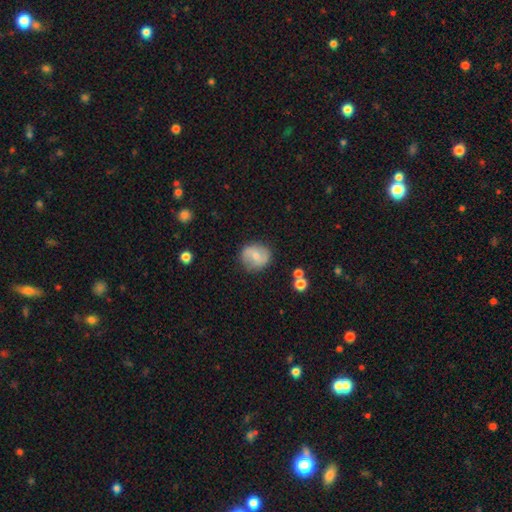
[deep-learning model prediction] A smooth galaxy with no disk features (48%). Merging: none (81%).